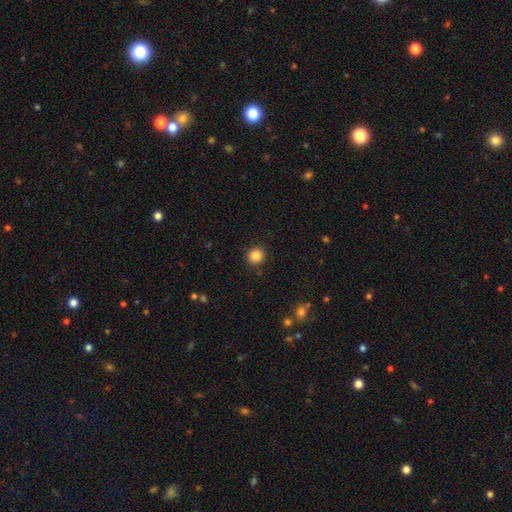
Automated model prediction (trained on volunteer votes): This appears to be a smooth galaxy with no disk features (85%) that is round (93%). Merging: none (90%).